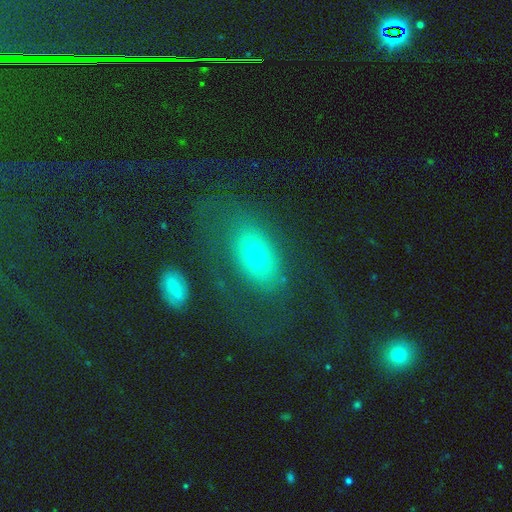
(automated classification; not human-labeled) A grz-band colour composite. It shows a smooth galaxy with no disk features (60%) that is in between round and cigar-shaped (77%). Merging: none (59%).